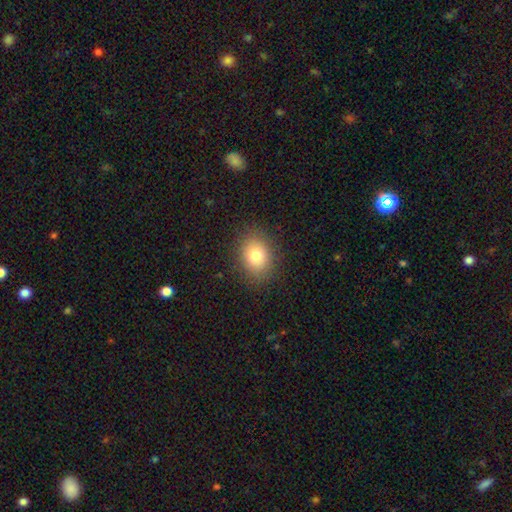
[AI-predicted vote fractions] Overall: smooth (80%). How rounded: in between (58%; round 41%). Merging: none (87%).